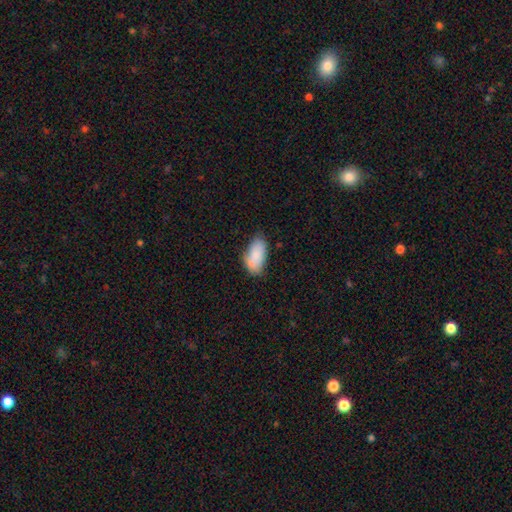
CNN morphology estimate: smooth-or-featured: smooth: 85% | featured or disk: 8% | star or artifact: 6%
  how-rounded: in between: 93% | cigar-shaped: 4% | round: 2%
  merging: none: 65% | minor disturbance: 27% | major disturbance: 5% | merger: 3%